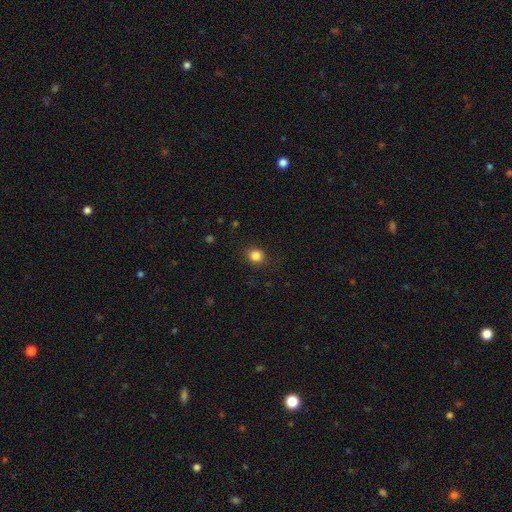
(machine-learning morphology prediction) The model was most divided on "how rounded": round: 85%, in between: 14%, cigar-shaped: 1%. More confident: merging — none (88%); smooth or featured — smooth (84%).